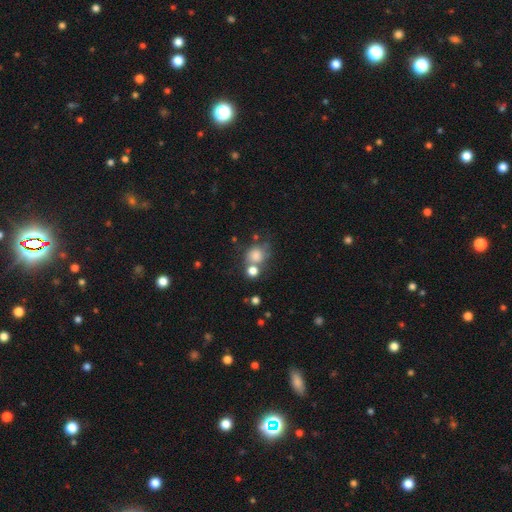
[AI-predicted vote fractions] Overall: smooth (77%). How rounded: round (76%). Merging: none (46%; merger 29%).